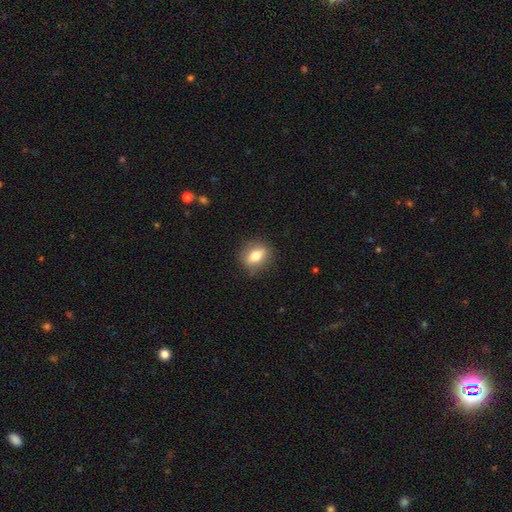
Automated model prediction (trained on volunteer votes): Smooth or featured?
  - smooth: 72% *
  - featured or disk: 20%
  - star or artifact: 8%
How rounded?
  - in between: 61% *
  - round: 35%
  - cigar-shaped: 4%
Merging?
  - none: 82% *
  - minor disturbance: 13%
  - major disturbance: 3%
  - merger: 1%